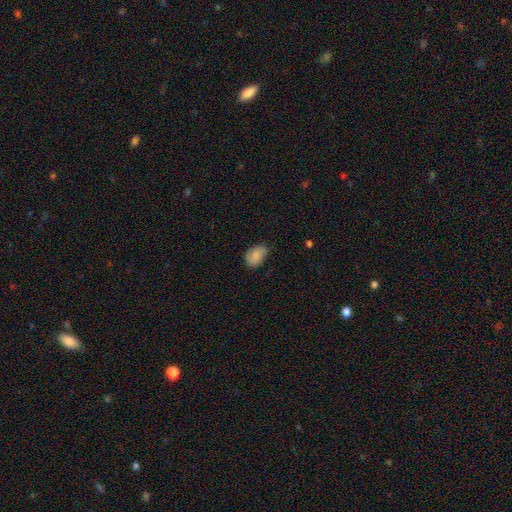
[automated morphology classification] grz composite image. It shows a smooth galaxy with no disk features (84%) that is in between round and cigar-shaped (82%). Merging: none (69%).